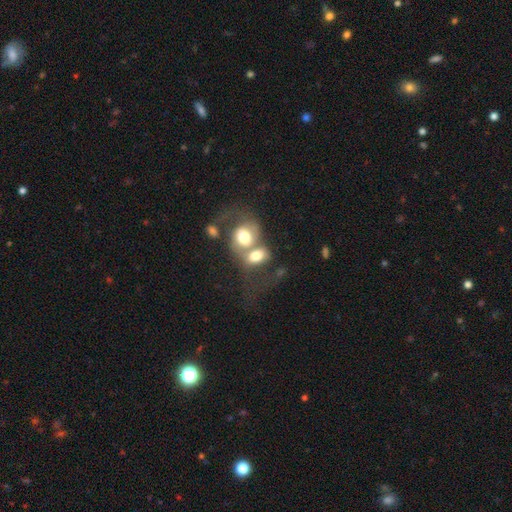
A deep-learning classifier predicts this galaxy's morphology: This appears to be a smooth galaxy with no disk features (56%) that is in between round and cigar-shaped (61%). Merging: merger (72%).